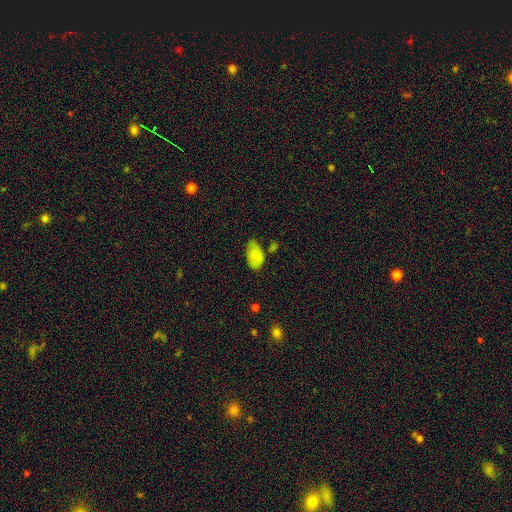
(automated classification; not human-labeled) Smooth or featured? Predicted: smooth (p=0.75). How rounded? Predicted: in between (p=0.94). Merging? Predicted: none (p=0.61).